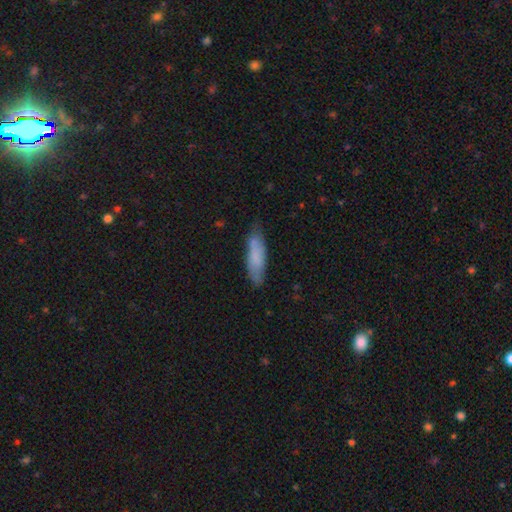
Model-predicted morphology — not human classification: Overall: smooth (75%). How rounded: cigar-shaped (59%; in between 40%). Merging: none (72%).